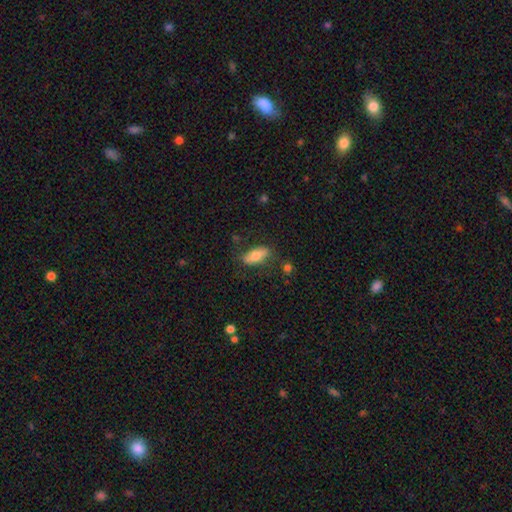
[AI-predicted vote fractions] smooth-or-featured: smooth: 73% | featured or disk: 20% | star or artifact: 7%
  how-rounded: in between: 84% | cigar-shaped: 12% | round: 4%
  merging: none: 71% | minor disturbance: 19% | major disturbance: 7% | merger: 3%